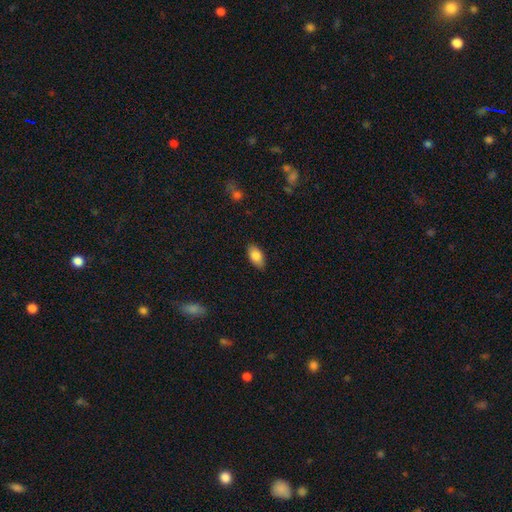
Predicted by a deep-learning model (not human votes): Q: Smooth or featured?
A: smooth (85%); runner-up: featured or disk (8%)
Q: How rounded?
A: in between (92%); runner-up: round (4%)
Q: Merging?
A: none (86%); runner-up: minor disturbance (10%)